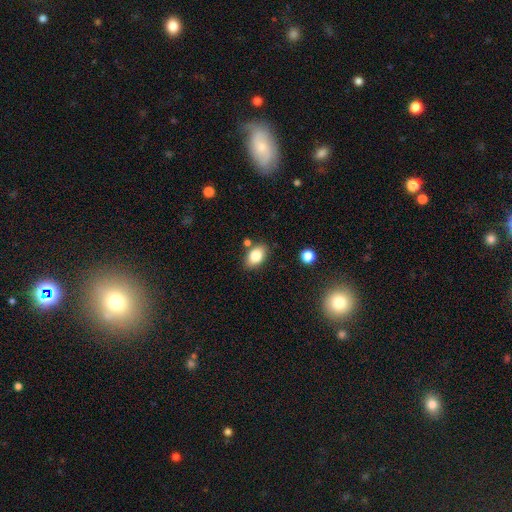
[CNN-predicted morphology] A smooth galaxy with no disk features (81%) that is in between round and cigar-shaped (85%).

Vote fractions:
- Smooth or featured? smooth: 81% / featured or disk: 10% / star or artifact: 9%
- How rounded? in between: 85% / round: 13% / cigar-shaped: 2%
- Merging? none: 80% / minor disturbance: 12% / merger: 6% / major disturbance: 3%